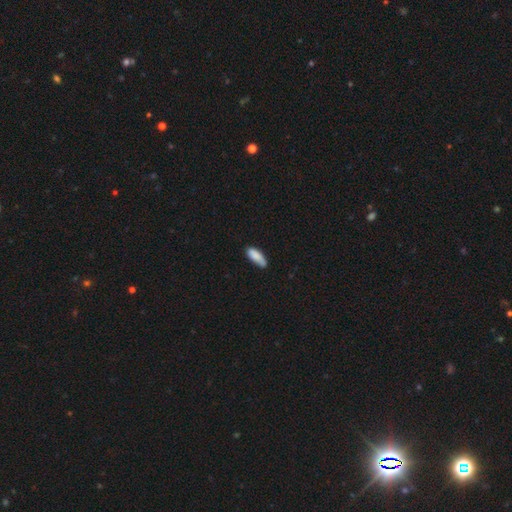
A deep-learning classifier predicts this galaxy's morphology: Smooth or featured: smooth — 84% (featured or disk — 9%)
How rounded: in between — 71% (cigar-shaped — 27%)
Merging: none — 61% (minor disturbance — 30%)